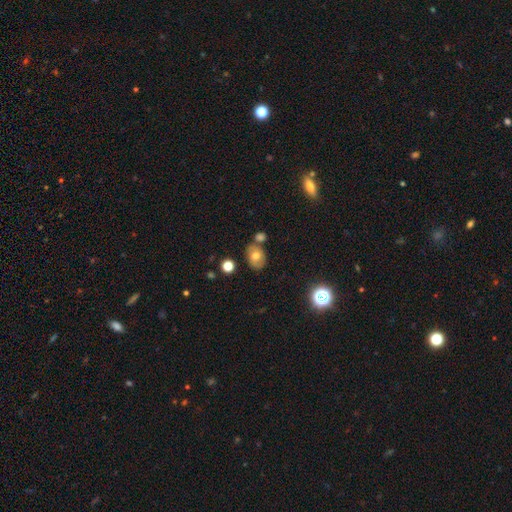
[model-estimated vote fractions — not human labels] smooth 64%, featured or disk 24%, star or artifact 12%. Down the decision tree: how rounded — in between (69%); merging — none (64%).